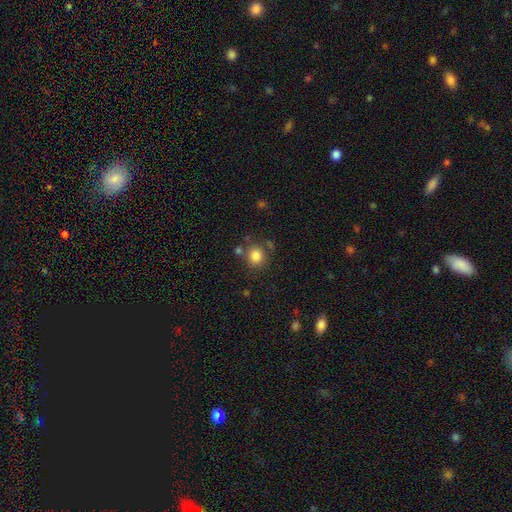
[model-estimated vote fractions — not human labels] Smooth or featured?
  - smooth: 83% *
  - star or artifact: 11%
  - featured or disk: 6%
How rounded?
  - round: 85% *
  - in between: 14%
  - cigar-shaped: 1%
Merging?
  - none: 74% *
  - minor disturbance: 12%
  - merger: 9%
  - major disturbance: 5%